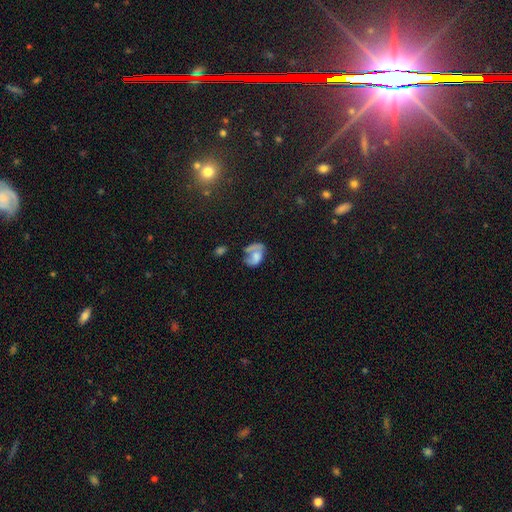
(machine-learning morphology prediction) Q: Smooth or featured?
A: smooth (49%); runner-up: featured or disk (40%)
Q: Merging?
A: major disturbance (33%); runner-up: none (29%)